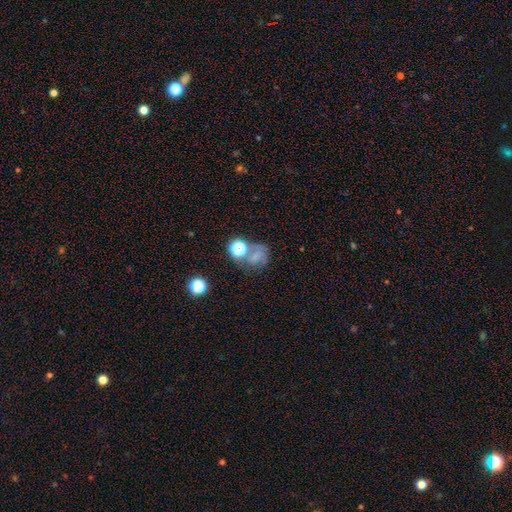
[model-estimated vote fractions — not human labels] Smooth or featured: smooth — 48% (star or artifact — 29%)
Merging: none — 43% (merger — 21%)